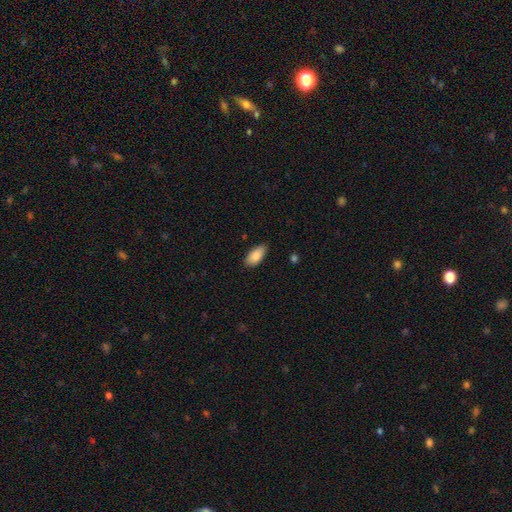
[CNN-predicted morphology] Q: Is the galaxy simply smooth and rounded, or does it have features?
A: smooth — 87%.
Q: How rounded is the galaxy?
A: in between — 91%.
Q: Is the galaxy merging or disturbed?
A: none — 81%.